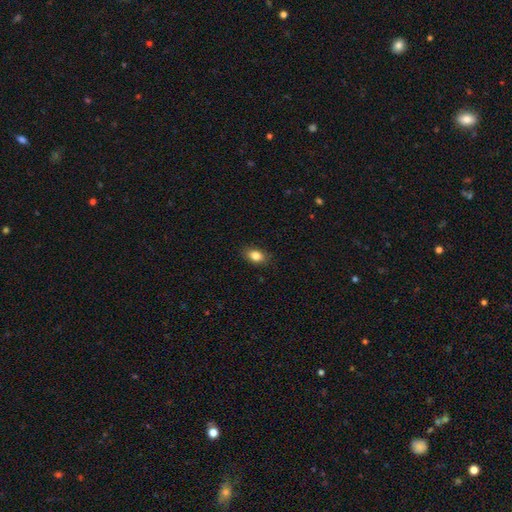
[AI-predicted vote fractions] A smooth galaxy with no disk features (84%) that is in between round and cigar-shaped (82%). Merging: none (86%).